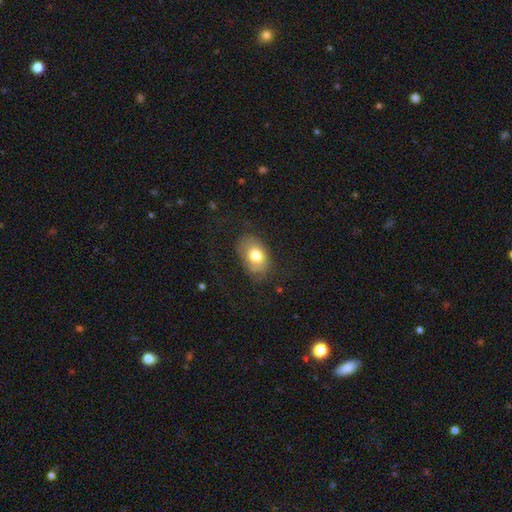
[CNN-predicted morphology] A smooth galaxy with no disk features (75%) that is in between round and cigar-shaped (83%). Merging: none (70%).